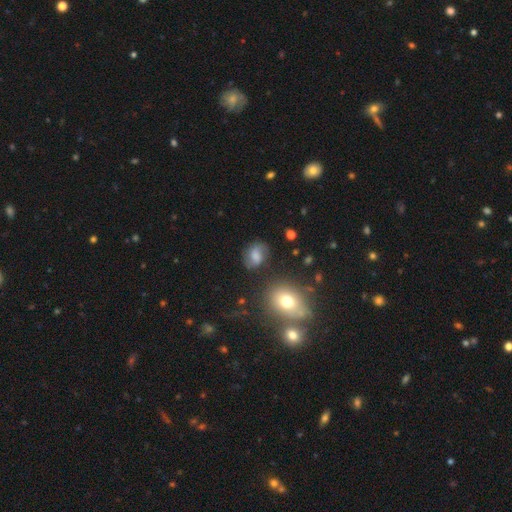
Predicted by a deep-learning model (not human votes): smooth 52%, featured or disk 36%, star or artifact 12%. Down the decision tree: how rounded — in between (65%); merging — none (69%).